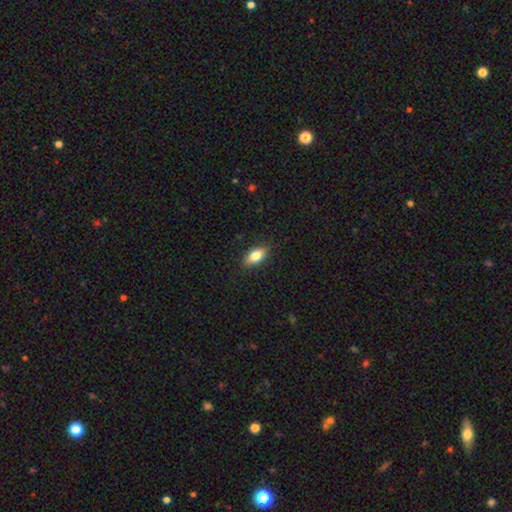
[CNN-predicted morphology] Smooth or featured? smooth (77%)
How rounded? in between (84%)
Merging? none (88%)